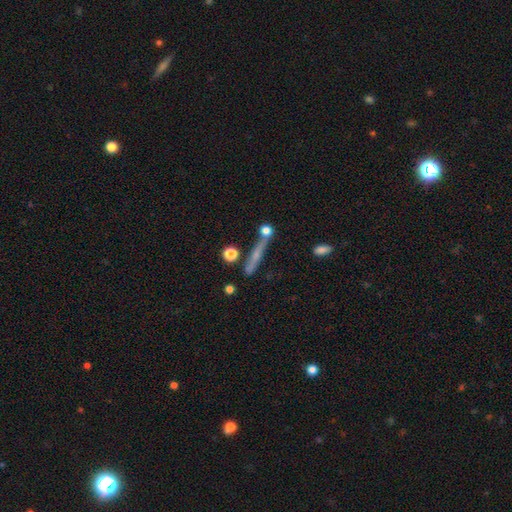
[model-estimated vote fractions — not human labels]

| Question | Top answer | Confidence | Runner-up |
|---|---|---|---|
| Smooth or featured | featured or disk | 51% | smooth (38%) |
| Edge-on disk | yes | 91% | no (9%) |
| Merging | none | 71% | minor disturbance (12%) |